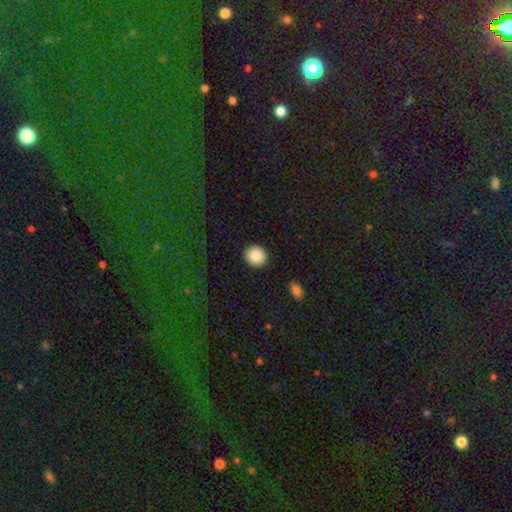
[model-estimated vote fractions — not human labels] smooth_or_featured: smooth (p=0.87) [alt: star or artifact p=0.08]
how_rounded: round (p=0.88) [alt: in between p=0.11]
merging: none (p=0.92) [alt: minor disturbance p=0.05]